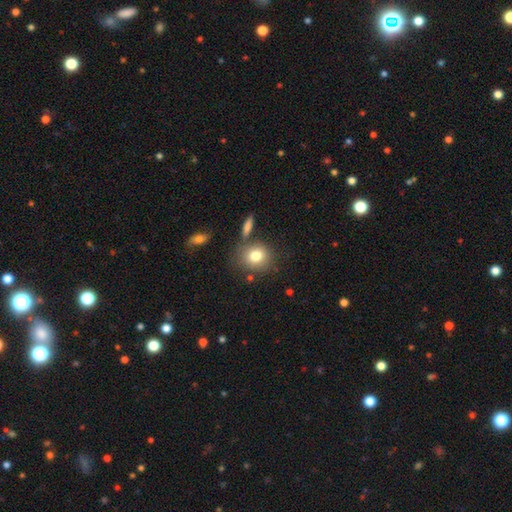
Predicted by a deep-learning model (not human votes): This appears to be a smooth galaxy with no disk features (80%) that is round (78%). Merging: none (72%).